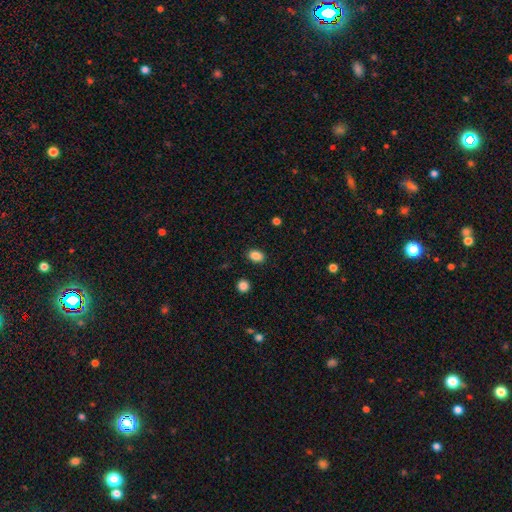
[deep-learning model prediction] A smooth galaxy with no disk features (87%) that is in between round and cigar-shaped (77%).

Vote fractions:
- Smooth or featured? smooth: 87% / star or artifact: 10% / featured or disk: 4%
- How rounded? in between: 77% / round: 22% / cigar-shaped: 1%
- Merging? none: 88% / minor disturbance: 8% / major disturbance: 2% / merger: 2%